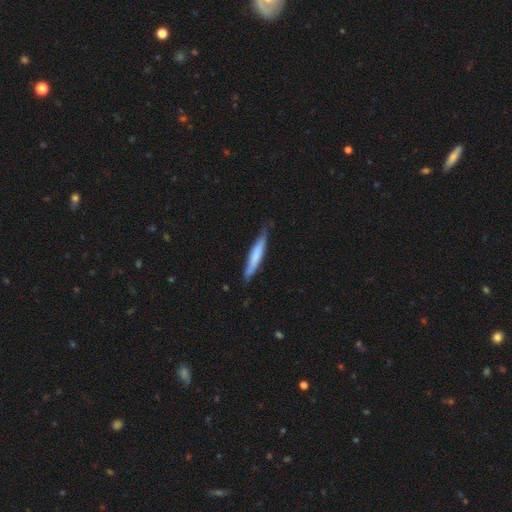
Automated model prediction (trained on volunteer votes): Smooth or featured: smooth — 65% (featured or disk — 30%)
How rounded: cigar-shaped — 92% (in between — 6%)
Merging: none — 77% (minor disturbance — 19%)